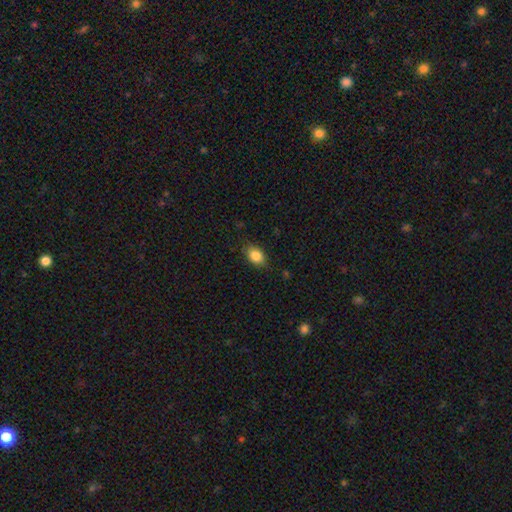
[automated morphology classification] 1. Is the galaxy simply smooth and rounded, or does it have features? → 85% smooth, 8% star or artifact, 7% featured or disk.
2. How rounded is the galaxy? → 76% in between, 22% round, 2% cigar-shaped.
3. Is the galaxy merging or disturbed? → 79% none, 16% minor disturbance, 3% major disturbance, 1% merger.